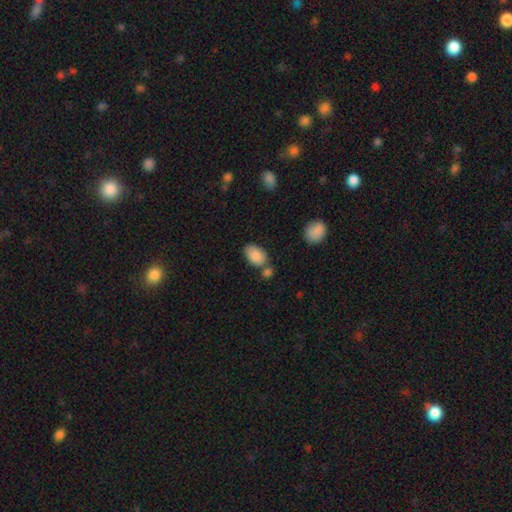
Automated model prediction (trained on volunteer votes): A smooth galaxy with no disk features (86%) that is in between round and cigar-shaped (90%). Merging: none (59%).